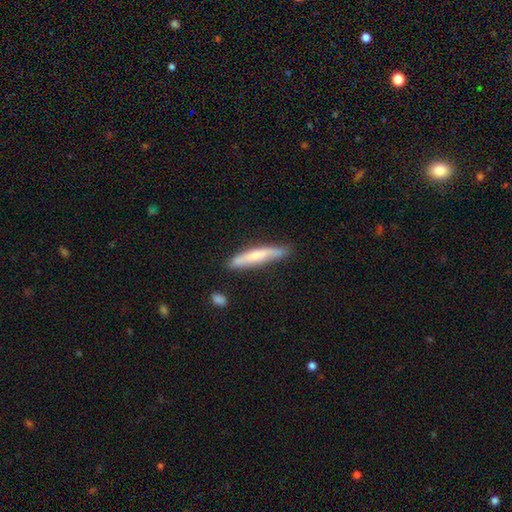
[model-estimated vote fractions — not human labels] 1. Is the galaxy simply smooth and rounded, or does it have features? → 59% smooth, 35% featured or disk, 6% star or artifact.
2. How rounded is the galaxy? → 92% cigar-shaped, 7% in between, 1% round.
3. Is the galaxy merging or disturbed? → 74% none, 19% minor disturbance, 4% major disturbance, 3% merger.